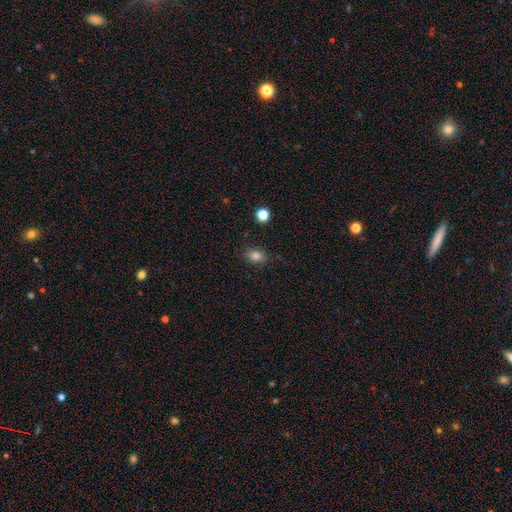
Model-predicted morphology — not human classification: Overall: smooth (83%). How rounded: in between (74%). Merging: none (84%).